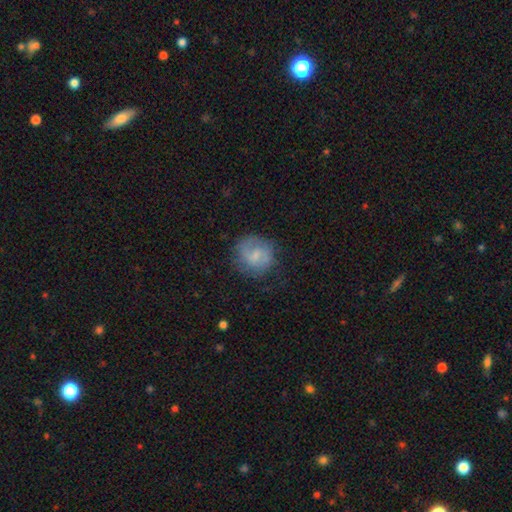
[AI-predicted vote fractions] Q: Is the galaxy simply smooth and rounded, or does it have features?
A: smooth — 51%.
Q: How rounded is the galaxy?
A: round — 83%.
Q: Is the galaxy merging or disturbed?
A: none — 66%.